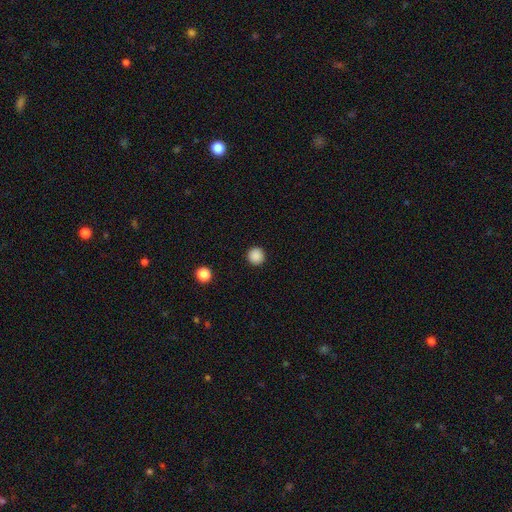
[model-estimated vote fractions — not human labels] This is clearly a smooth galaxy (88%). How rounded: clearly round (96%). Merging: clearly none (93%).